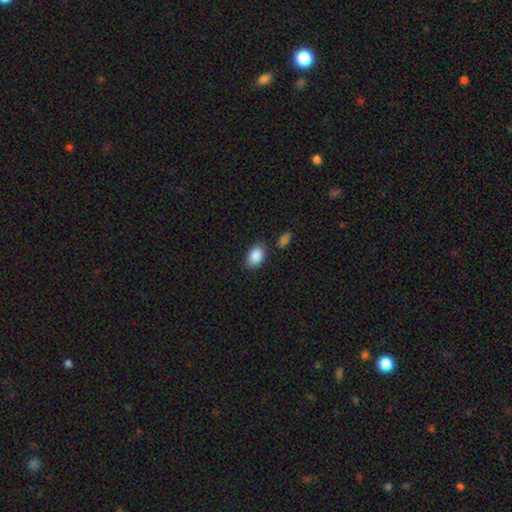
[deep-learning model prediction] Smooth or featured? Predicted: smooth (p=0.89). How rounded? Predicted: in between (p=0.84). Merging? Predicted: none (p=0.79).